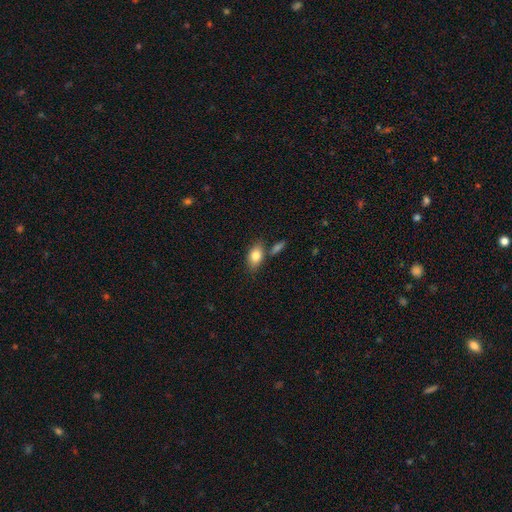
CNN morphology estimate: Smooth or featured: smooth — 82% (featured or disk — 11%)
How rounded: in between — 86% (round — 10%)
Merging: none — 65% (merger — 16%)